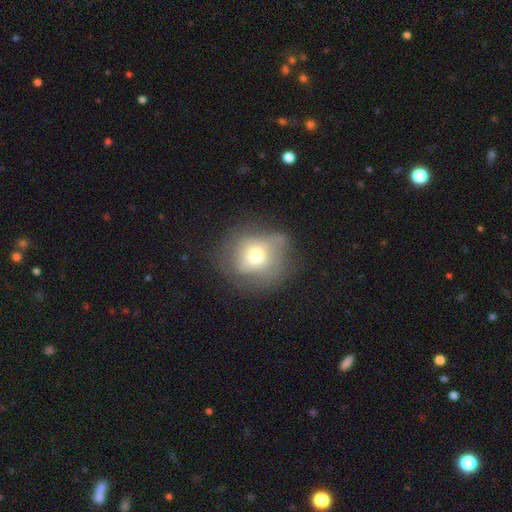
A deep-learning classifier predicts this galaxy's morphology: This is possibly a smooth galaxy (56%). How rounded: likely round (75%). Merging: possibly none (49%).